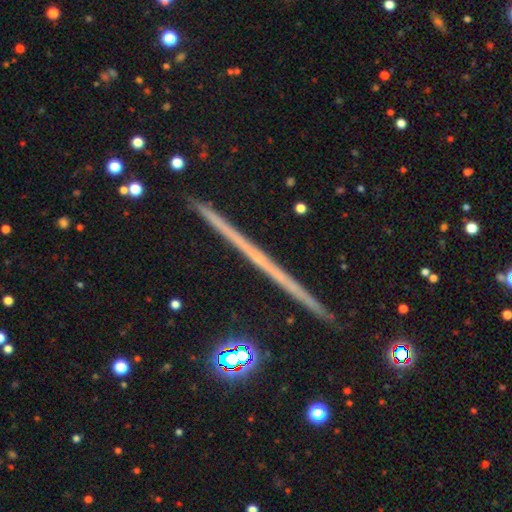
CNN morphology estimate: Smooth or featured? Predicted: featured or disk (p=0.70). Edge-on disk? Predicted: yes (p=0.98). Edge-on bulge? Predicted: none (p=0.90). Merging? Predicted: none (p=0.92).